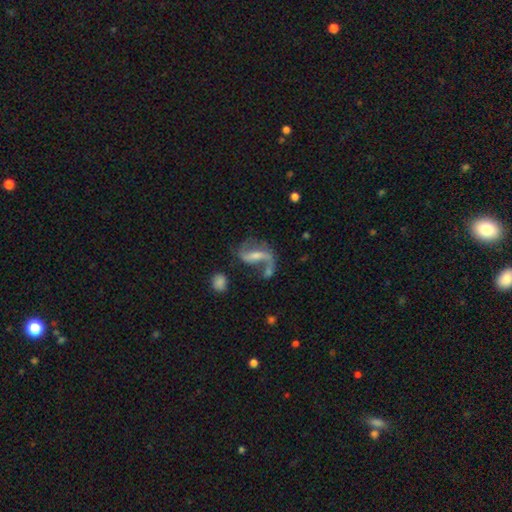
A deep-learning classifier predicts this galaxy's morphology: Overall: featured or disk (79%). Edge-on disk: no (94%). Bar: strong (42%; weak 37%). Spiral arms: yes (89%). Spiral arm count: 2 (74%). Spiral winding: loose (72%). Bulge size: small (50%; moderate 32%). Merging: none (45%; major disturbance 24%).